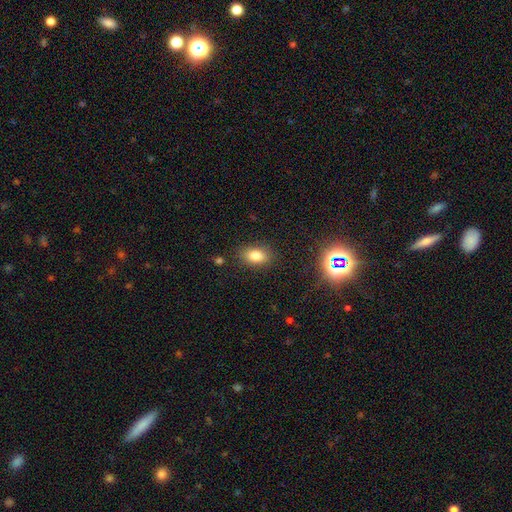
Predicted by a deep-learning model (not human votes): A smooth galaxy with no disk features (80%) that is in between round and cigar-shaped (82%). Merging: none (85%).